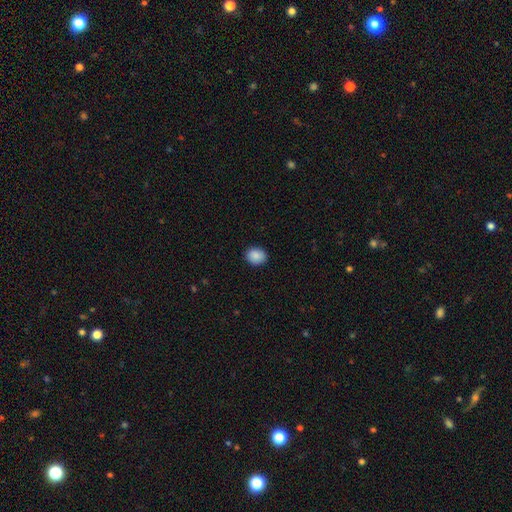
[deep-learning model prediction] Overall: smooth (88%). How rounded: round (58%; in between 41%). Merging: none (90%).